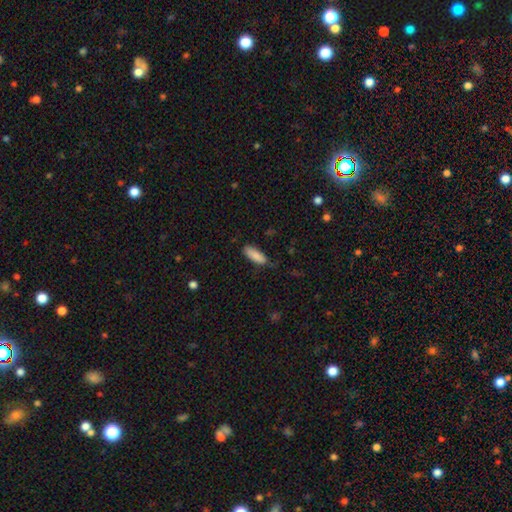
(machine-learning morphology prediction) This appears to be a smooth galaxy with no disk features (88%) that is in between round and cigar-shaped (65%). Merging: none (77%).